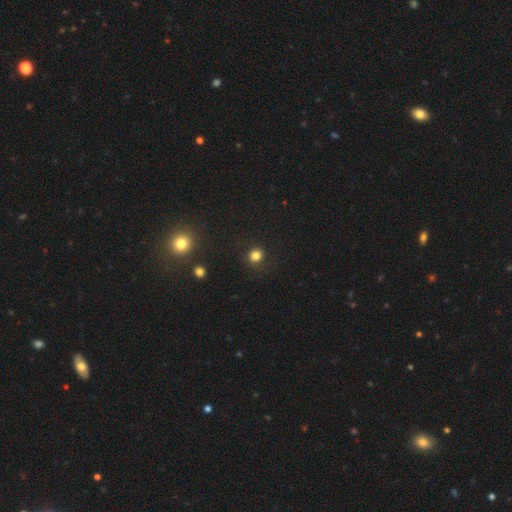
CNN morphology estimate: Smooth or featured? smooth (81%)
How rounded? round (85%)
Merging? none (86%)